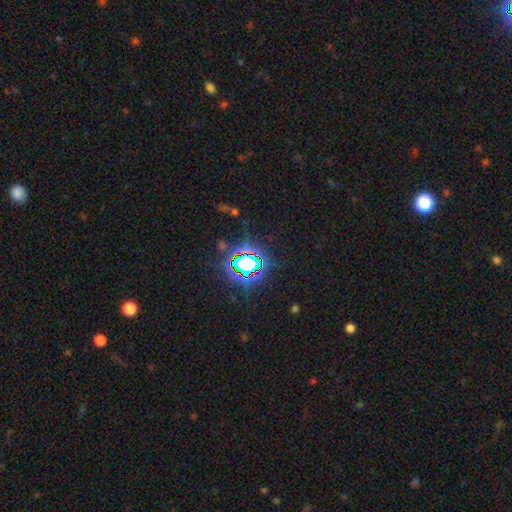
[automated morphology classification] type=star or artifact (78%).